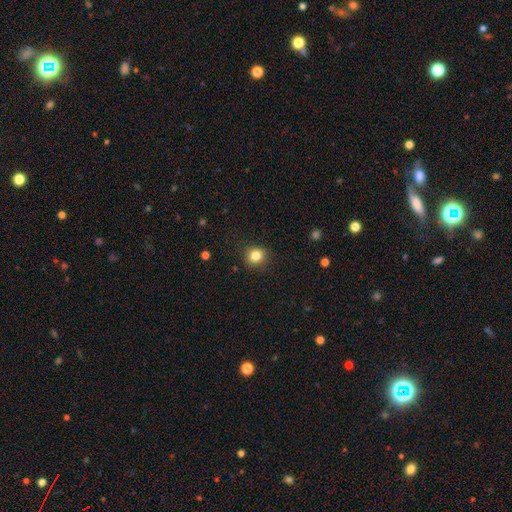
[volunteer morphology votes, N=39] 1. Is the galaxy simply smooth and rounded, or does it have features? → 90% smooth, 5% featured or disk, 5% star or artifact.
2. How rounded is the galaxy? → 91% round, 9% in between, 0% cigar-shaped.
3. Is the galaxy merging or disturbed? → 95% none, 5% minor disturbance, 0% major disturbance, 0% merger.